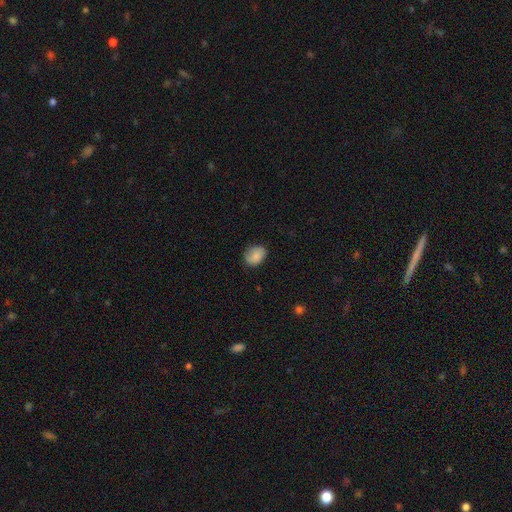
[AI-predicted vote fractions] Q: Smooth or featured?
A: smooth (84%); runner-up: featured or disk (8%)
Q: How rounded?
A: in between (64%); runner-up: round (35%)
Q: Merging?
A: none (76%); runner-up: minor disturbance (19%)